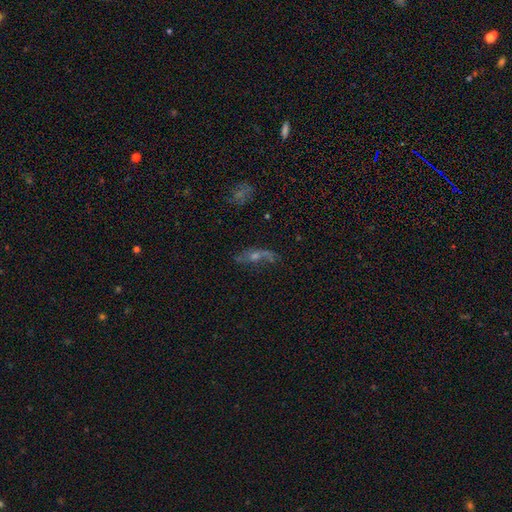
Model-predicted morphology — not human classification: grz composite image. It shows a featured or disk galaxy (61%). Merging: none (57%).